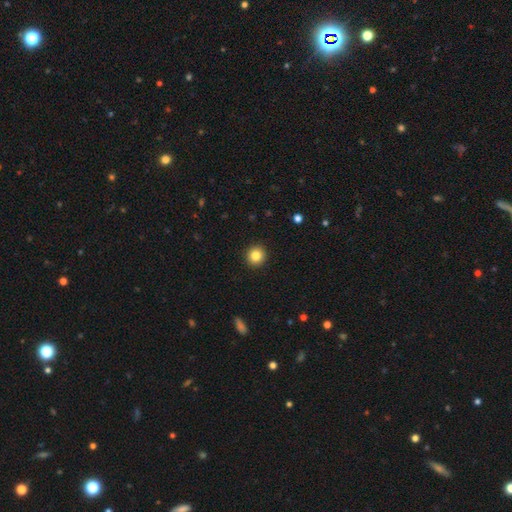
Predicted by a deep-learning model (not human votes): smooth_or_featured: smooth (p=0.84) [alt: star or artifact p=0.10]
how_rounded: round (p=0.93) [alt: in between p=0.06]
merging: none (p=0.93) [alt: minor disturbance p=0.05]